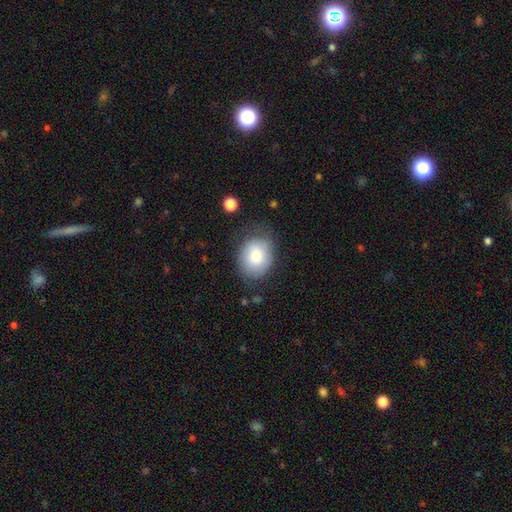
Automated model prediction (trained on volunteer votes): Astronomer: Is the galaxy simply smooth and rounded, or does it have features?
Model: smooth — 83%.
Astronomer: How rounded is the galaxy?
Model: in between — 53% (runner-up: round, 46%).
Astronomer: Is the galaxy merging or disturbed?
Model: none — 68%.